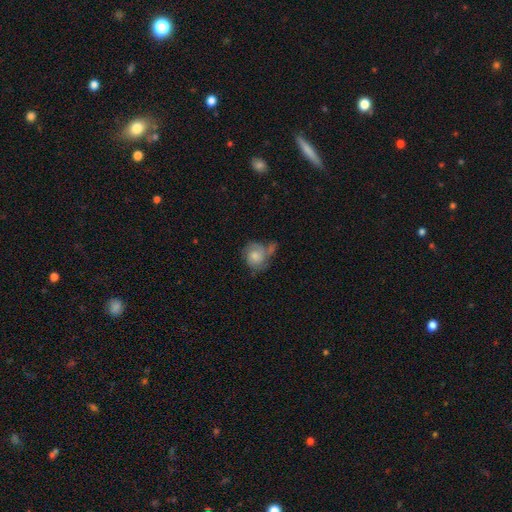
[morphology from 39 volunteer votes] Q: Smooth or featured?
A: featured or disk (54%); runner-up: smooth (44%)
Q: Edge-on disk?
A: no (100%)
Q: Bar?
A: no (67%); runner-up: weak (33%)
Q: Spiral arms?
A: yes (86%); runner-up: no (14%)
Q: Spiral winding?
A: tight (61%); runner-up: loose (22%)
Q: Spiral arm count?
A: 2 (89%); runner-up: 1 (6%)
Q: Bulge size?
A: moderate (57%); runner-up: small (19%)
Q: Merging?
A: none (53%); runner-up: major disturbance (21%)